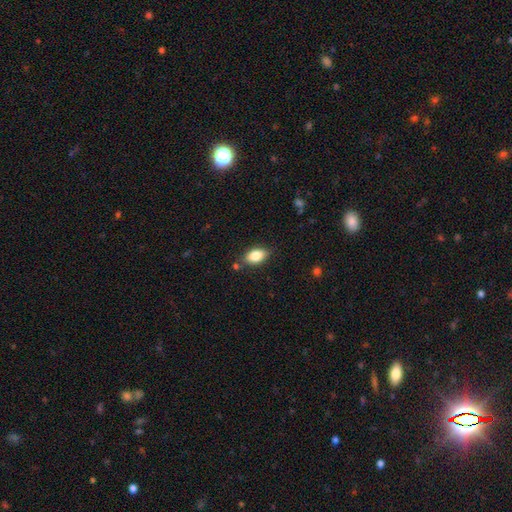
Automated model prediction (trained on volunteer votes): Morphology: type=smooth (84%); roundness=in between (89%); merging=none (80%).